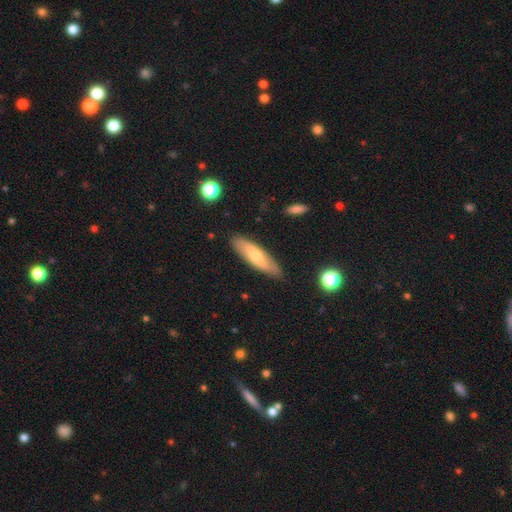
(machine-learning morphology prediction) smooth 56%, featured or disk 39%, star or artifact 6%. Down the decision tree: how rounded — cigar-shaped (58%); merging — none (83%).